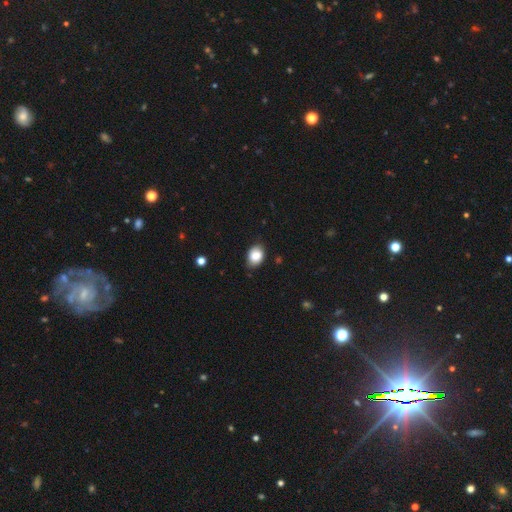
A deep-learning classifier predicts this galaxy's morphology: Smooth or featured? smooth (85%)
How rounded? in between (69%)
Merging? none (78%)